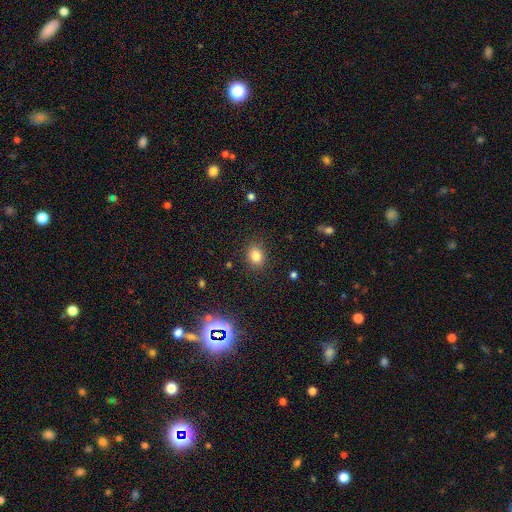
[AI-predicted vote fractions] smooth_or_featured: smooth (p=0.80) [alt: star or artifact p=0.13]
how_rounded: round (p=0.55) [alt: in between p=0.44]
merging: none (p=0.87) [alt: minor disturbance p=0.09]